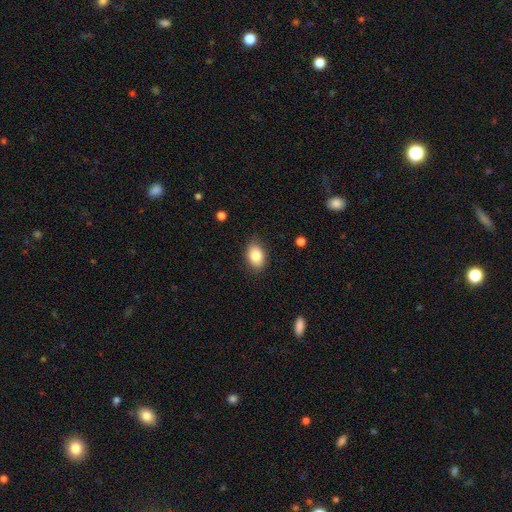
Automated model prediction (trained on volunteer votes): A smooth galaxy with no disk features (85%) that is in between round and cigar-shaped (82%). Merging: none (84%).